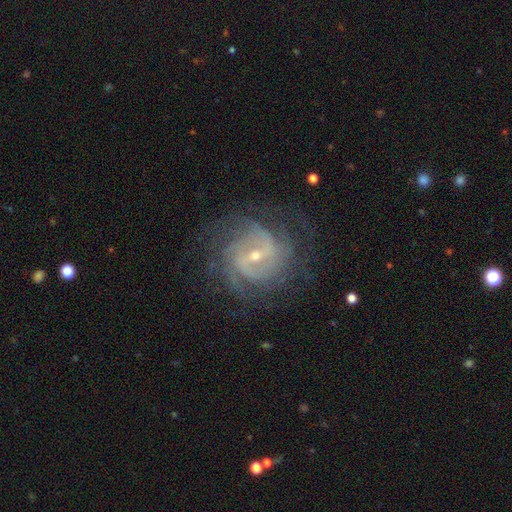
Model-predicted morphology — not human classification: The model was most divided on "spiral arm count": can't tell: 29%, 2: 26%, 3: 17%, 4: 14%, more than 4: 7%, 1: 6%. More confident: edge-on disk — no (97%); spiral arms — yes (96%); smooth or featured — featured or disk (88%); merging — none (75%); bulge size — small (65%); spiral winding — tight (57%); bar — weak (51%).